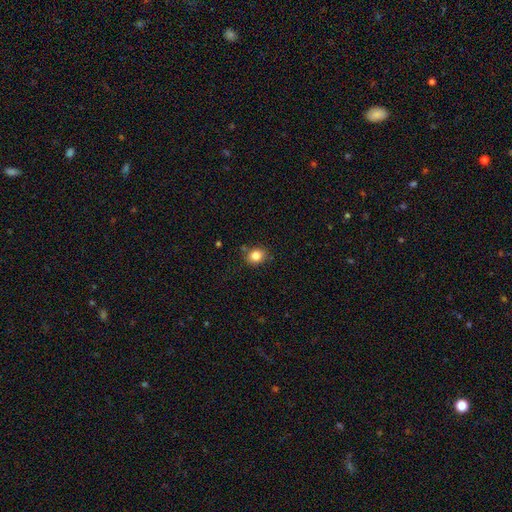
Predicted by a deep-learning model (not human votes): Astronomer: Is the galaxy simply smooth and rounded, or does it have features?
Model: smooth — 83%.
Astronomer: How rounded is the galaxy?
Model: round — 63%.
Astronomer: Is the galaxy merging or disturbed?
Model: none — 81%.